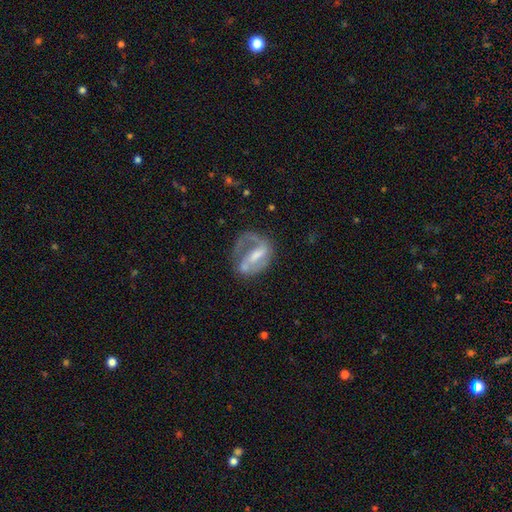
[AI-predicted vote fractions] smooth_or_featured: featured or disk (p=0.73) [alt: smooth p=0.20]
disk_edge_on: no (p=0.95) [alt: yes p=0.05]
bar: strong (p=0.45) [alt: weak p=0.37]
has_spiral_arms: yes (p=0.74) [alt: no p=0.26]
spiral_winding: medium (p=0.45) [alt: loose p=0.28]
spiral_arm_count: 2 (p=0.56) [alt: 1 p=0.28]
bulge_size: moderate (p=0.40) [alt: small p=0.30]
merging: none (p=0.46) [alt: major disturbance p=0.27]